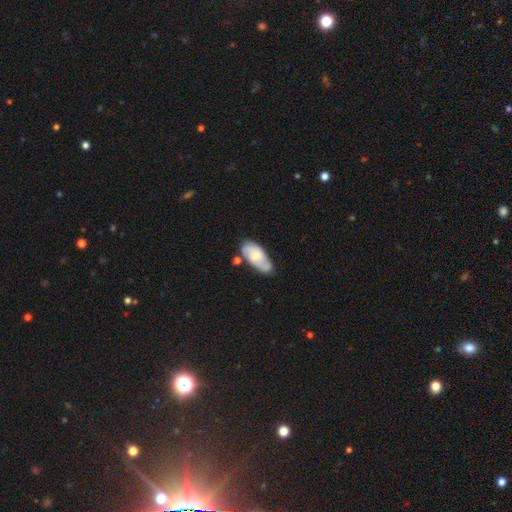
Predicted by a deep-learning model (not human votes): Smooth or featured: smooth — 51% (featured or disk — 43%)
How rounded: in between — 88% (cigar-shaped — 9%)
Merging: none — 55% (minor disturbance — 24%)